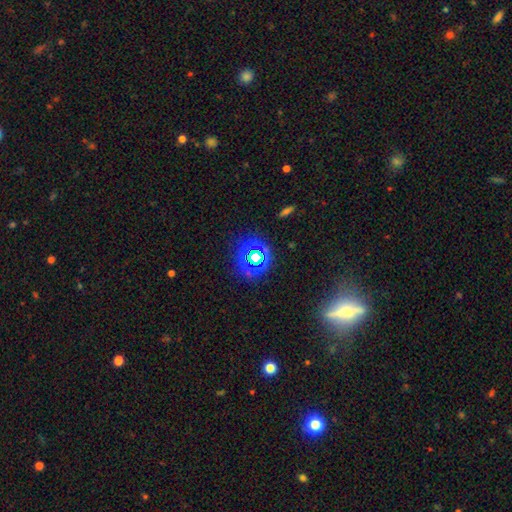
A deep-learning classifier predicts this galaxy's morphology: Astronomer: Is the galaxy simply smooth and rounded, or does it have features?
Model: star or artifact — 68%.